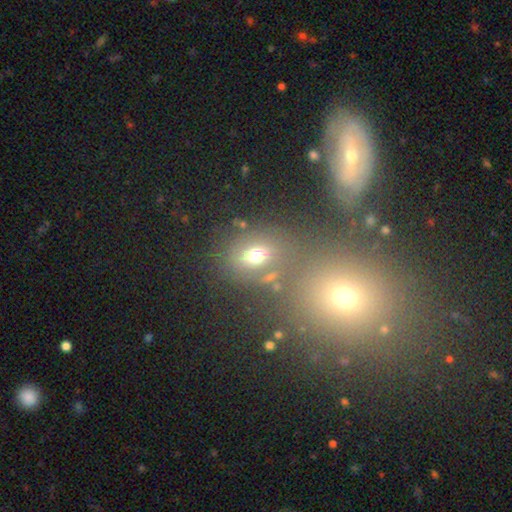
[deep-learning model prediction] Smooth or featured?
  - smooth: 57% *
  - star or artifact: 25%
  - featured or disk: 18%
How rounded?
  - in between: 53% *
  - round: 44%
  - cigar-shaped: 3%
Merging?
  - none: 59% *
  - merger: 19%
  - minor disturbance: 13%
  - major disturbance: 9%